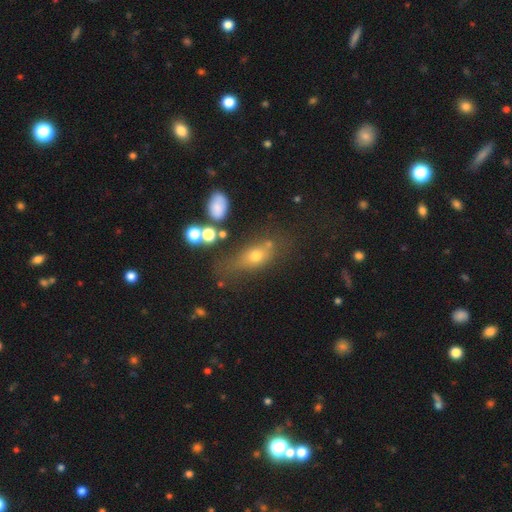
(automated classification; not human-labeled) Smooth or featured? Predicted: smooth (p=0.62). How rounded? Predicted: in between (p=0.59). Merging? Predicted: none (p=0.49).